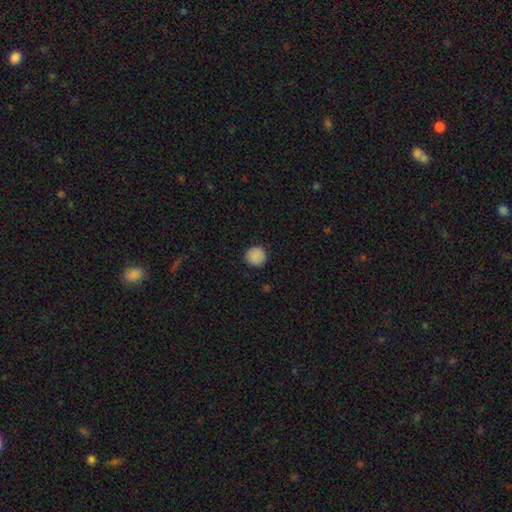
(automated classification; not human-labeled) The model was most divided on "smooth or featured": smooth: 89%, star or artifact: 9%, featured or disk: 3%. More confident: how rounded — round (93%); merging — none (90%).